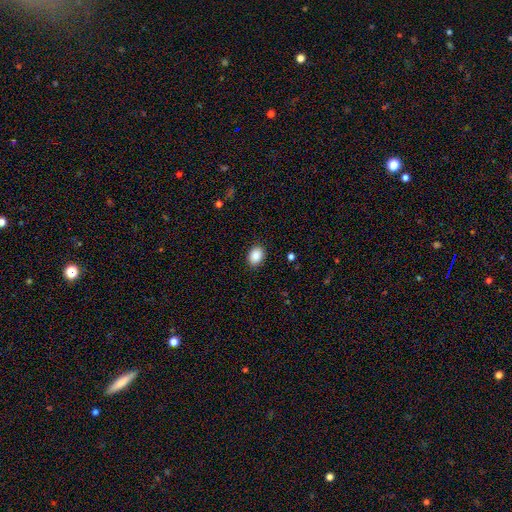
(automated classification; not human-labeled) Smooth or featured?
  - smooth: 87% *
  - star or artifact: 8%
  - featured or disk: 5%
How rounded?
  - in between: 69% *
  - round: 30%
  - cigar-shaped: 1%
Merging?
  - none: 89% *
  - minor disturbance: 8%
  - major disturbance: 2%
  - merger: 1%